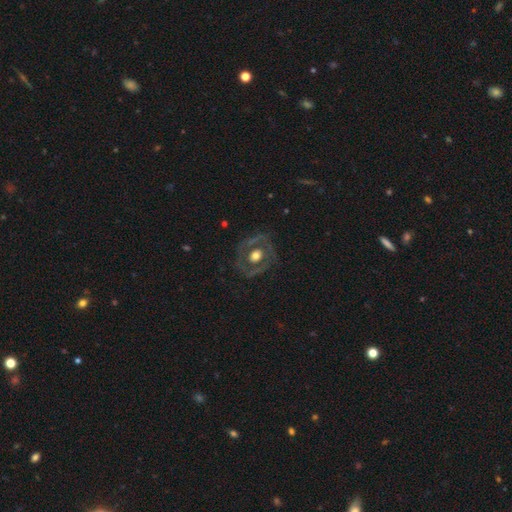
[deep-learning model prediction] smooth-or-featured: featured or disk: 62% | smooth: 31% | star or artifact: 7%
  disk-edge-on: no: 95% | yes: 5%
    bar: no: 81% | weak: 13% | strong: 6%
    has-spiral-arms: no: 75% | yes: 25%
    bulge-size: moderate: 58% | large: 33% | small: 6% | dominant: 2% | none: 1%
  merging: none: 75% | minor disturbance: 15% | major disturbance: 9% | merger: 2%